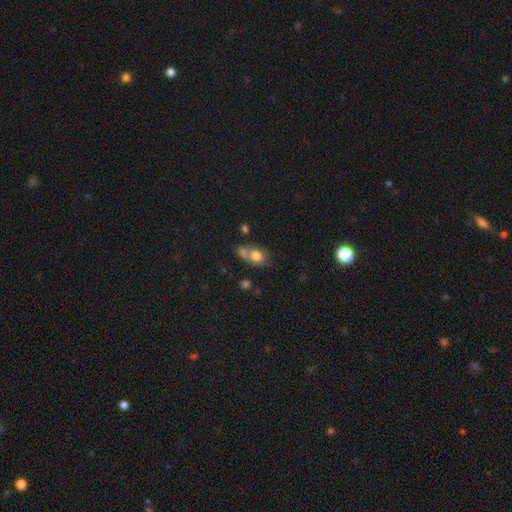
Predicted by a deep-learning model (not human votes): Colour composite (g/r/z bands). It shows a smooth galaxy with no disk features (76%) that is in between round and cigar-shaped (59%). Merging: merger (43%).